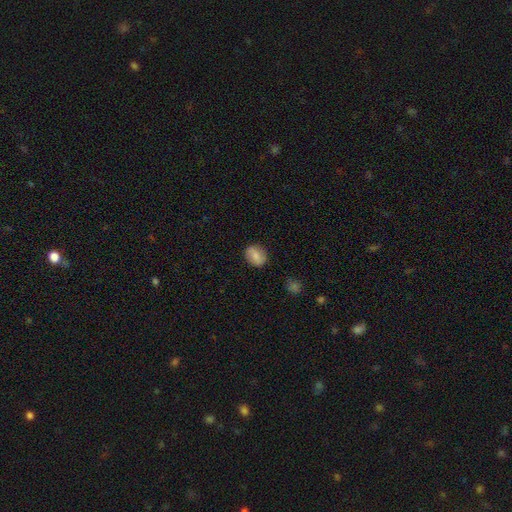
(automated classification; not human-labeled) The model was most divided on "how rounded": in between: 54%, round: 45%, cigar-shaped: 2%. More confident: merging — none (84%); smooth or featured — smooth (76%).